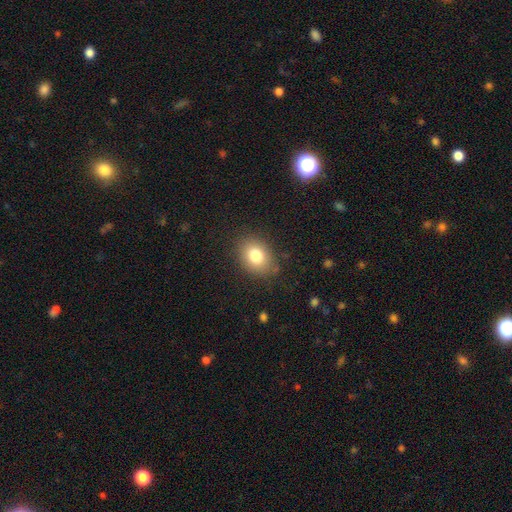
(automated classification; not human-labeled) Smooth or featured? smooth (79%)
How rounded? in between (63%)
Merging? none (81%)